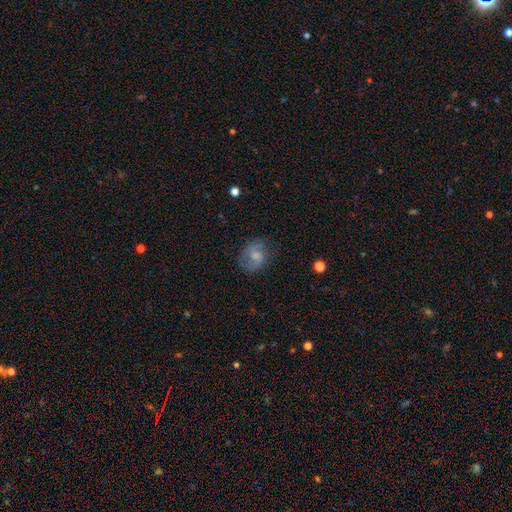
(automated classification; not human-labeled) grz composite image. It shows a featured or disk galaxy (46%). Merging: none (63%).